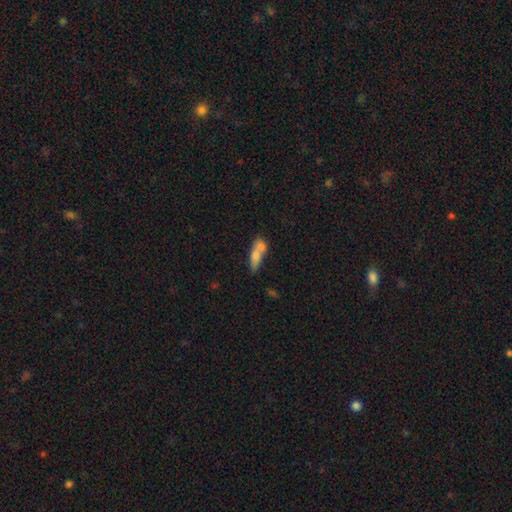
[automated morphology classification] Q: Smooth or featured?
A: smooth (68%); runner-up: featured or disk (24%)
Q: How rounded?
A: in between (53%); runner-up: cigar-shaped (41%)
Q: Merging?
A: merger (54%); runner-up: none (29%)